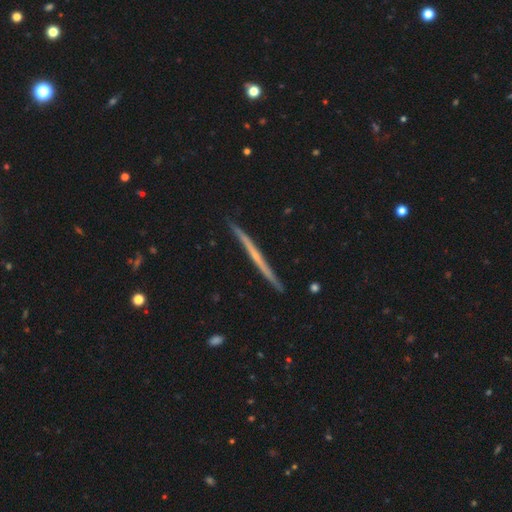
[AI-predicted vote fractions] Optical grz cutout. It shows a featured or disk galaxy (70%) viewed edge-on (98%) with no central bulge (70%). Merging: none (91%).